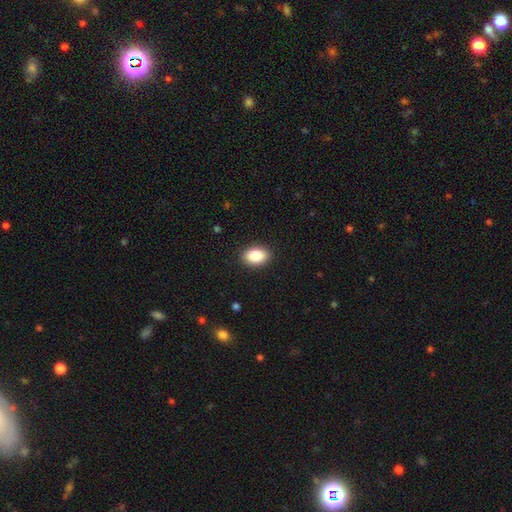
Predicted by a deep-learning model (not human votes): smooth-or-featured: smooth: 87% | star or artifact: 7% | featured or disk: 5%
  how-rounded: in between: 87% | round: 12% | cigar-shaped: 1%
  merging: none: 90% | minor disturbance: 8% | major disturbance: 2% | merger: 1%